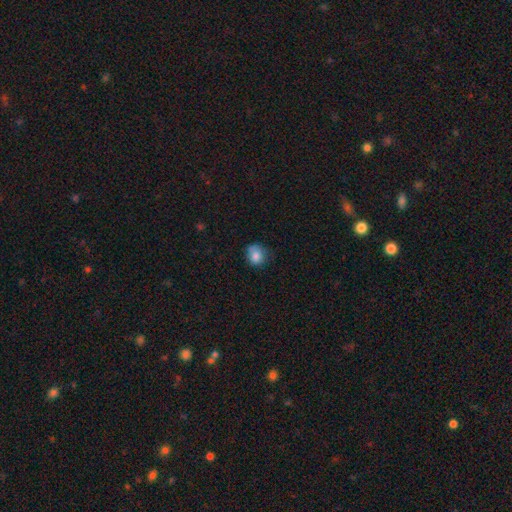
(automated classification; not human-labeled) A smooth galaxy with no disk features (80%) that is round (69%). Merging: none (56%).